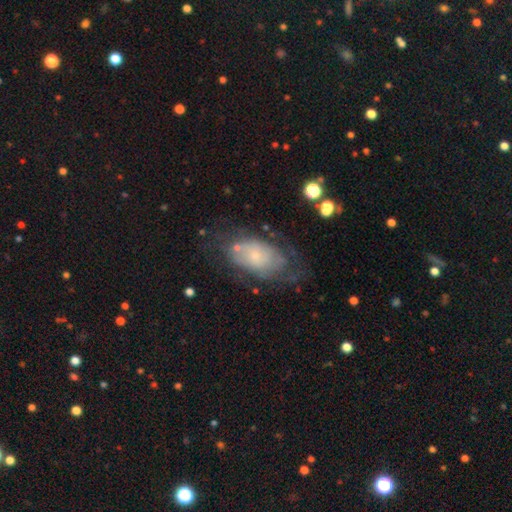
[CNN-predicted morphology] Q: Smooth or featured?
A: featured or disk (51%); runner-up: smooth (41%)
Q: Edge-on disk?
A: no (93%); runner-up: yes (7%)
Q: Merging?
A: none (47%); runner-up: minor disturbance (27%)